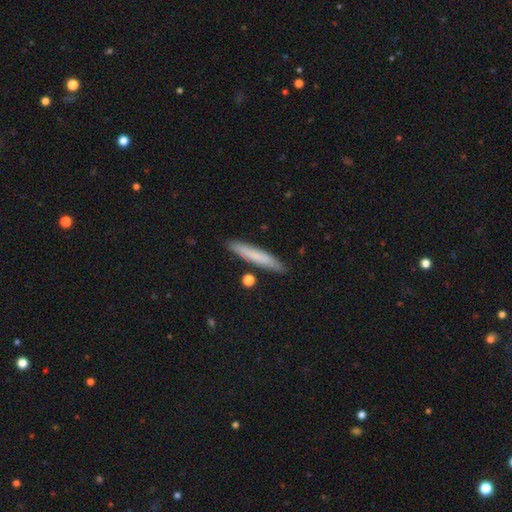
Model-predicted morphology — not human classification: Overall: smooth (71%). How rounded: cigar-shaped (93%). Merging: none (86%).